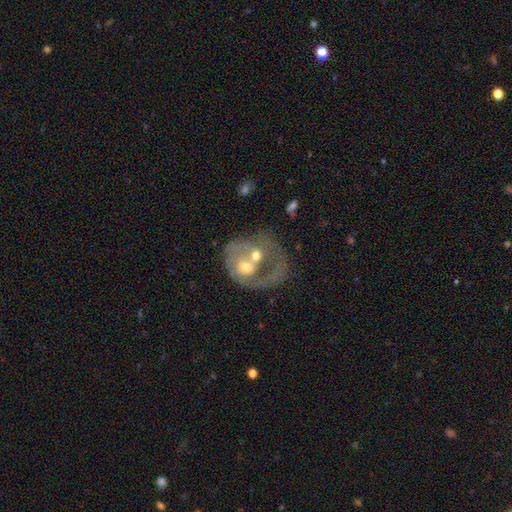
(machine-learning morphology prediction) Smooth or featured? featured or disk (66%)
Edge-on disk? no (97%)
Bar? no (75%)
Spiral arms? no (50%, tied with yes)
Bulge size? moderate (65%)
Merging? merger (61%)